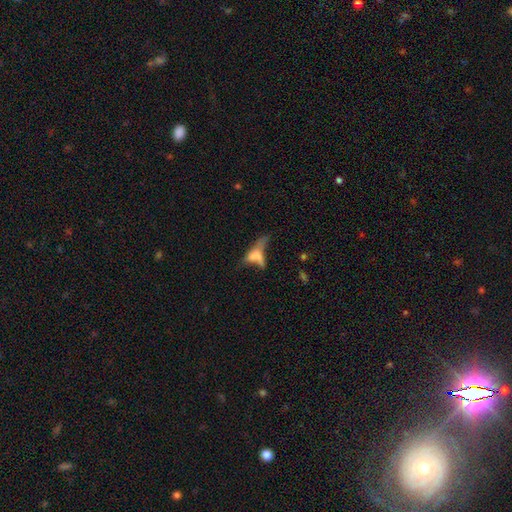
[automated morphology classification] This appears to be a smooth galaxy with no disk features (52%) that is in between round and cigar-shaped (54%). Merging: merger (38%).